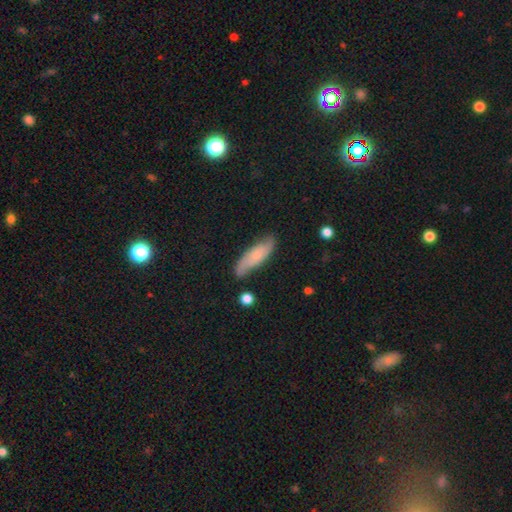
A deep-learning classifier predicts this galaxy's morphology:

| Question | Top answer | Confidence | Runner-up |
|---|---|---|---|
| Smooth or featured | smooth | 52% | featured or disk (41%) |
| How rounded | cigar-shaped | 50% | in between (48%) |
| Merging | none | 73% | minor disturbance (20%) |